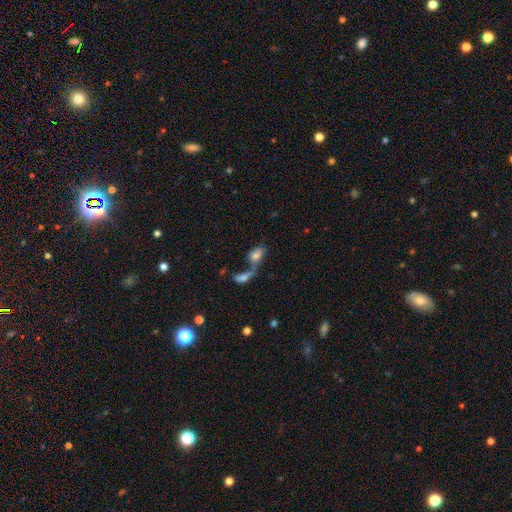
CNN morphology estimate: Overall: smooth (73%). How rounded: in between (87%). Merging: merger (57%; none 25%).